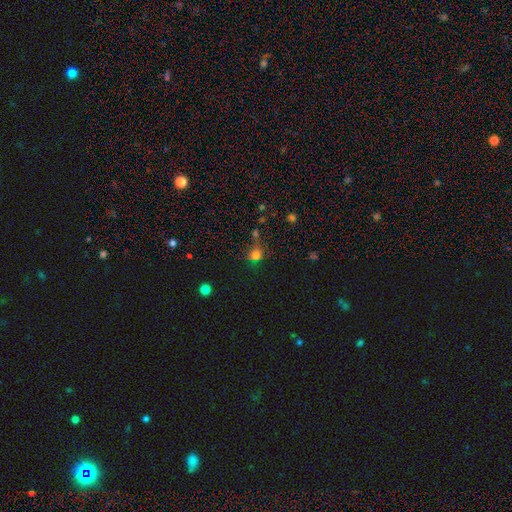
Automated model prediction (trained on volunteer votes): The model was most divided on "merging": none: 58%, minor disturbance: 19%, merger: 14%, major disturbance: 10%. More confident: how rounded — round (77%); smooth or featured — smooth (71%).